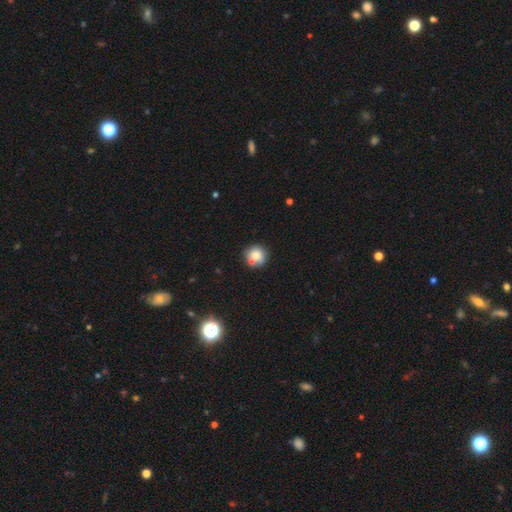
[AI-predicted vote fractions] smooth_or_featured: smooth (p=0.74) [alt: featured or disk p=0.16]
how_rounded: round (p=0.89) [alt: in between p=0.10]
merging: none (p=0.60) [alt: merger p=0.22]